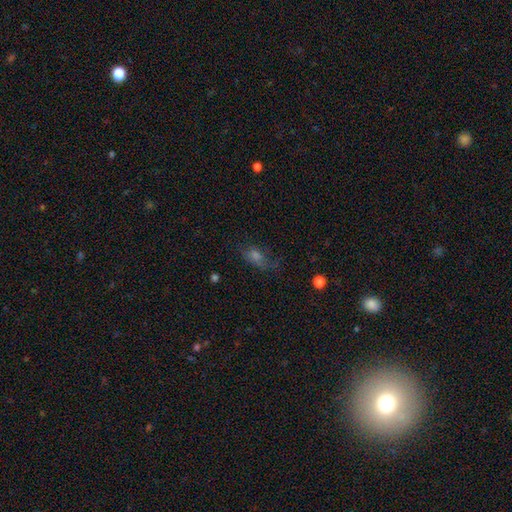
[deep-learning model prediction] Morphology: type=smooth (46%); merging=none (52%).